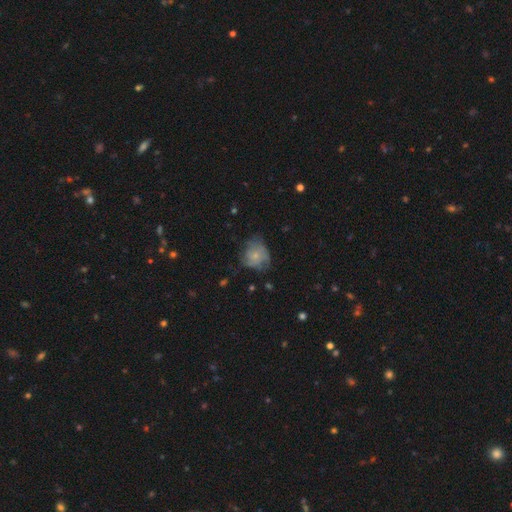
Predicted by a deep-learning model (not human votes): Overall: smooth (53%; featured or disk 38%). How rounded: round (68%; in between 31%). Merging: none (50%; minor disturbance 31%).